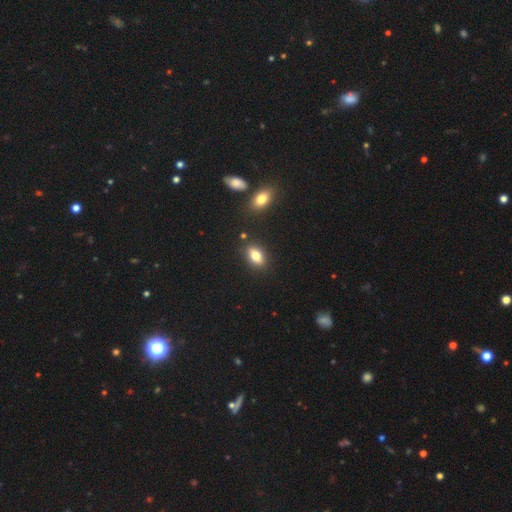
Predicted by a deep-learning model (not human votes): smooth-or-featured: smooth: 78% | featured or disk: 13% | star or artifact: 9%
  how-rounded: in between: 84% | round: 9% | cigar-shaped: 7%
  merging: none: 84% | minor disturbance: 10% | merger: 4% | major disturbance: 2%